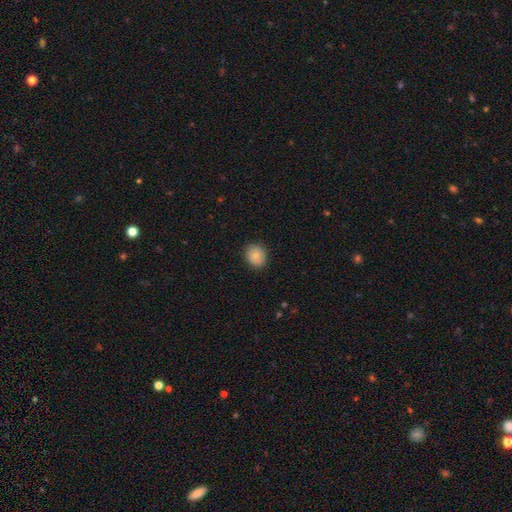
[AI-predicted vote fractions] A smooth galaxy with no disk features (85%) that is round (70%).

Vote fractions:
- Smooth or featured? smooth: 85% / star or artifact: 8% / featured or disk: 7%
- How rounded? round: 70% / in between: 29% / cigar-shaped: 1%
- Merging? none: 86% / minor disturbance: 11% / major disturbance: 2% / merger: 1%